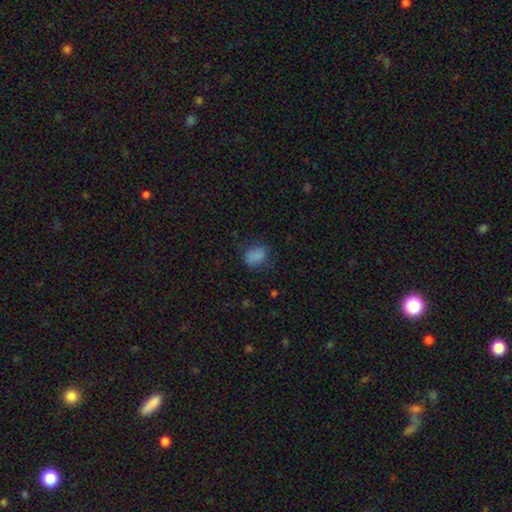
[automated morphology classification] A smooth galaxy with no disk features (80%) that is in between round and cigar-shaped (64%).

Vote fractions:
- Smooth or featured? smooth: 80% / star or artifact: 12% / featured or disk: 8%
- How rounded? in between: 64% / round: 35% / cigar-shaped: 1%
- Merging? none: 67% / minor disturbance: 22% / major disturbance: 9% / merger: 2%